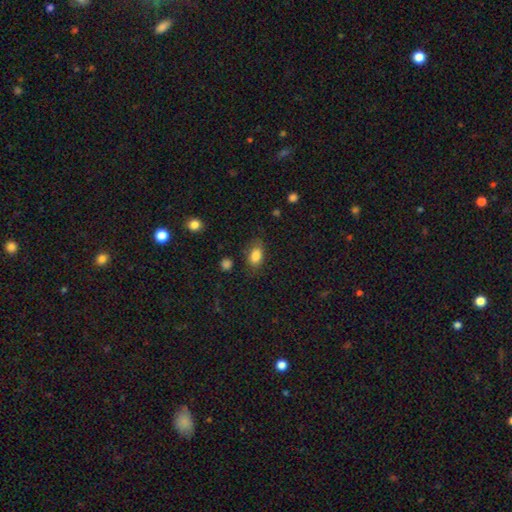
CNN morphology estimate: Smooth or featured: smooth — 84% (star or artifact — 9%)
How rounded: in between — 87% (round — 10%)
Merging: none — 73% (minor disturbance — 19%)